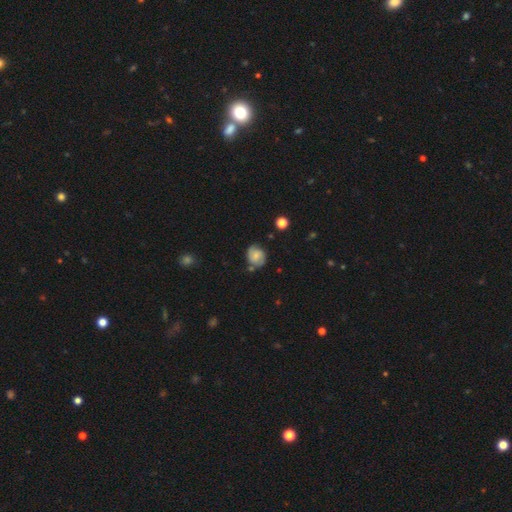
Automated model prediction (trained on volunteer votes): smooth-or-featured: featured or disk: 48% | smooth: 43% | star or artifact: 9%
  merging: none: 68% | minor disturbance: 21% | major disturbance: 6% | merger: 5%